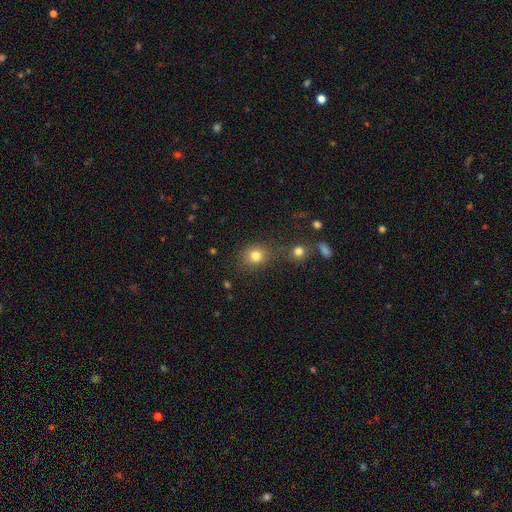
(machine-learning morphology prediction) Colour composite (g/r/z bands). It shows a smooth galaxy with no disk features (80%) that is round (74%). Merging: none (71%).